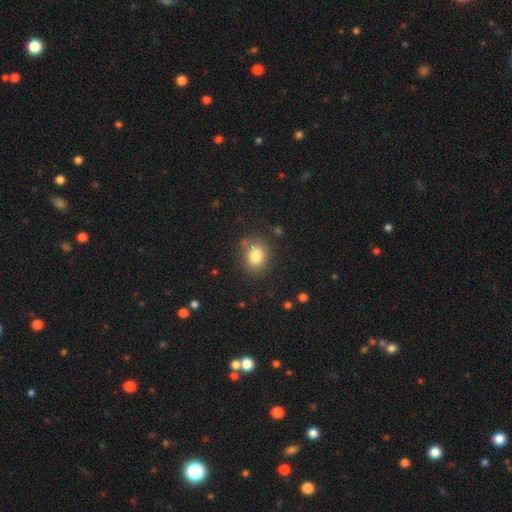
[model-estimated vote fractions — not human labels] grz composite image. It shows a smooth galaxy with no disk features (82%) that is round (55%). Merging: none (79%).